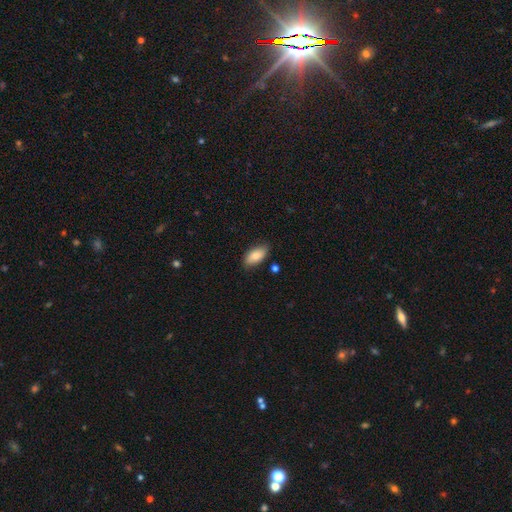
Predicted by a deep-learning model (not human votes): A smooth galaxy with no disk features (83%) that is in between round and cigar-shaped (92%).

Vote fractions:
- Smooth or featured? smooth: 83% / featured or disk: 10% / star or artifact: 7%
- How rounded? in between: 92% / cigar-shaped: 6% / round: 3%
- Merging? none: 81% / minor disturbance: 14% / major disturbance: 2% / merger: 2%